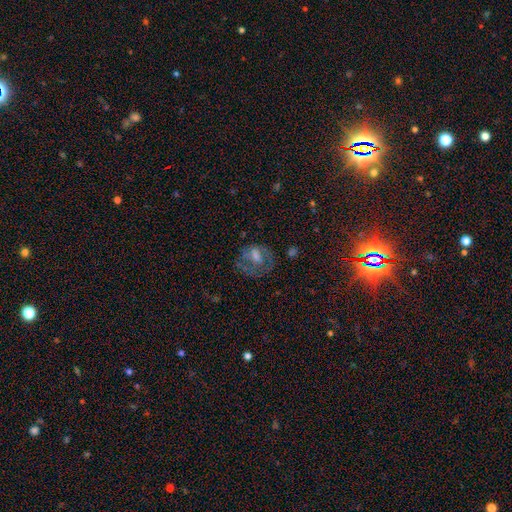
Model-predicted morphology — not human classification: smooth_or_featured: featured or disk (p=0.44) [alt: smooth p=0.42]
merging: none (p=0.46) [alt: major disturbance p=0.30]